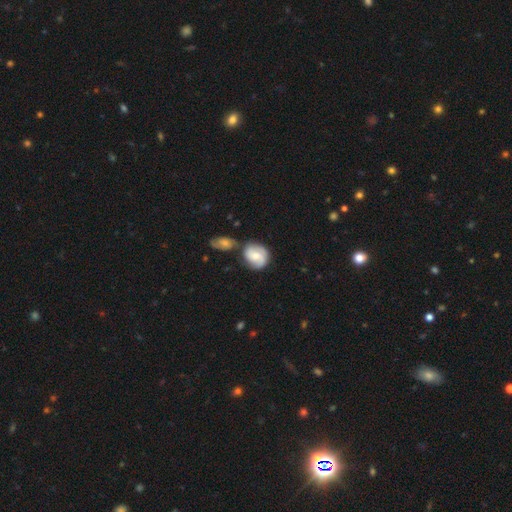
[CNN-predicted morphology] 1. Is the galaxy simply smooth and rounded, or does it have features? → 47% featured or disk, 46% smooth, 7% star or artifact.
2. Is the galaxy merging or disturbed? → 46% none, 30% merger, 18% minor disturbance, 6% major disturbance.